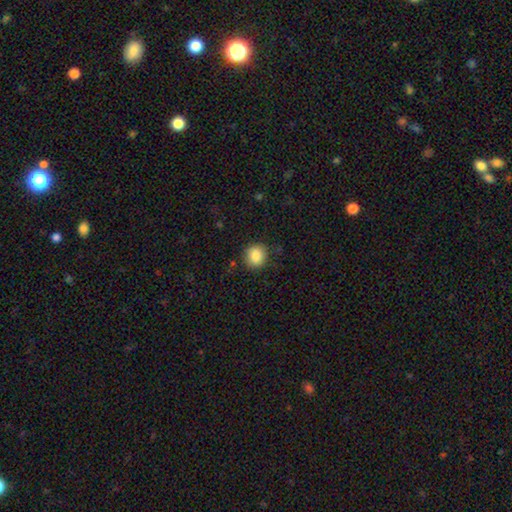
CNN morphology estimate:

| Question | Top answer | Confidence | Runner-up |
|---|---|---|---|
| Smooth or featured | smooth | 86% | star or artifact (9%) |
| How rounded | round | 82% | in between (17%) |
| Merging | none | 85% | minor disturbance (11%) |